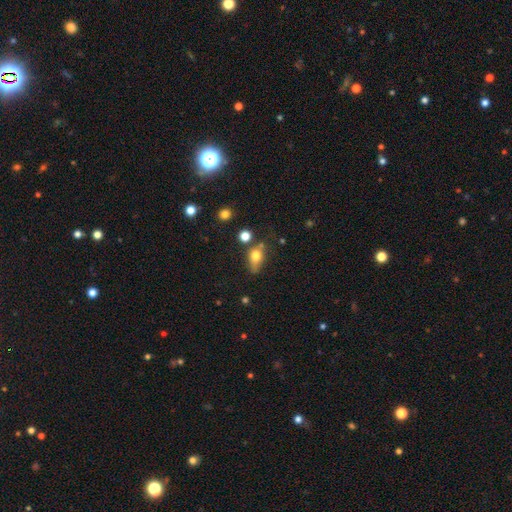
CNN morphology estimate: The model was most divided on "merging": none: 46%, minor disturbance: 28%, merger: 13%, major disturbance: 13%. More confident: smooth or featured — smooth (72%); how rounded — in between (67%).